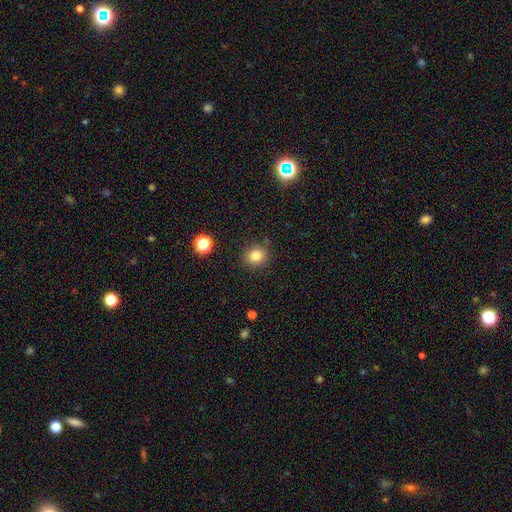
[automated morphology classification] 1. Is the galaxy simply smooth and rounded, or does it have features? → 82% smooth, 12% star or artifact, 6% featured or disk.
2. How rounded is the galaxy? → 83% round, 16% in between, 1% cigar-shaped.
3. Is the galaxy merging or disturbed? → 85% none, 10% minor disturbance, 3% major disturbance, 2% merger.